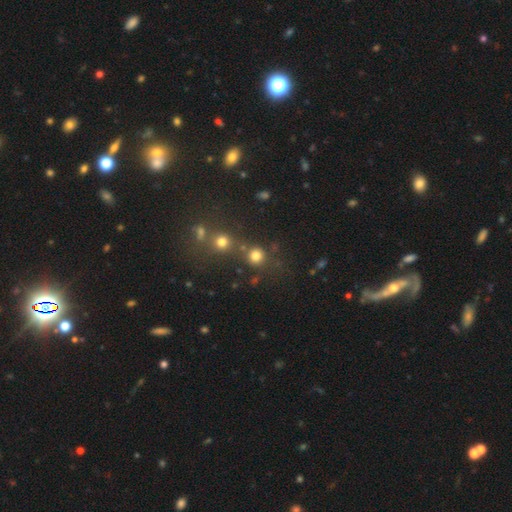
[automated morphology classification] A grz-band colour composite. It shows a smooth galaxy with no disk features (78%) that is round (90%). Merging: none (69%).